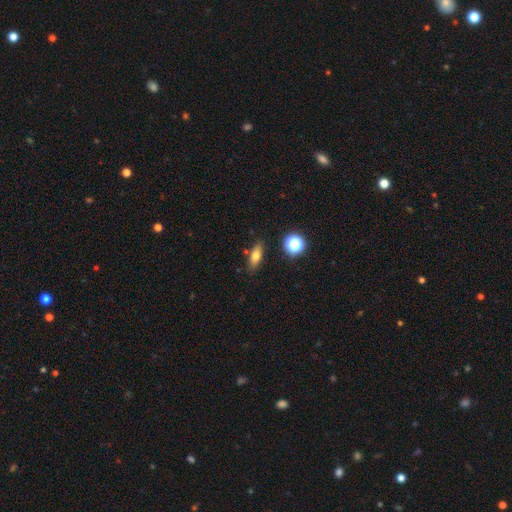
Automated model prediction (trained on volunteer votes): Smooth or featured?
  - smooth: 72% *
  - featured or disk: 17%
  - star or artifact: 11%
How rounded?
  - in between: 64% *
  - cigar-shaped: 28%
  - round: 9%
Merging?
  - none: 82% *
  - minor disturbance: 11%
  - merger: 4%
  - major disturbance: 3%